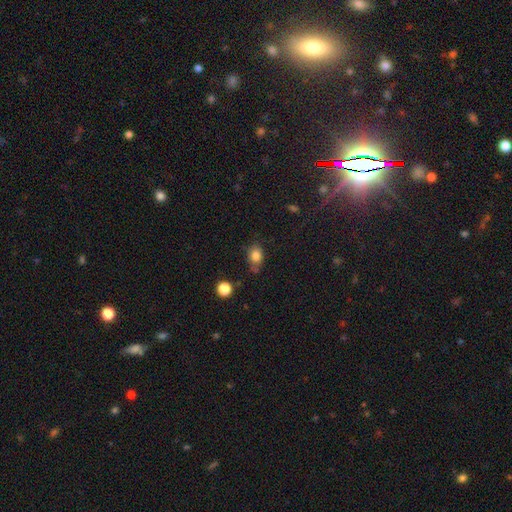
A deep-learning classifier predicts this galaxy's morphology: A smooth galaxy with no disk features (82%) that is in between round and cigar-shaped (60%).

Vote fractions:
- Smooth or featured? smooth: 82% / star or artifact: 11% / featured or disk: 7%
- How rounded? in between: 60% / round: 39% / cigar-shaped: 1%
- Merging? none: 63% / minor disturbance: 24% / merger: 6% / major disturbance: 6%